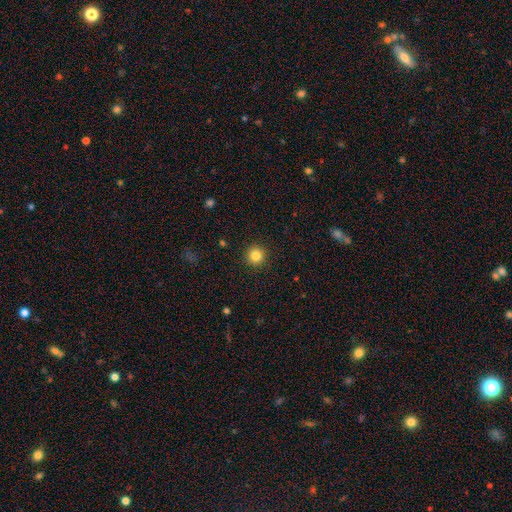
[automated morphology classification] smooth-or-featured: smooth: 83% | star or artifact: 12% | featured or disk: 5%
  how-rounded: round: 96% | in between: 3% | cigar-shaped: 1%
  merging: none: 93% | minor disturbance: 5% | major disturbance: 2% | merger: 1%